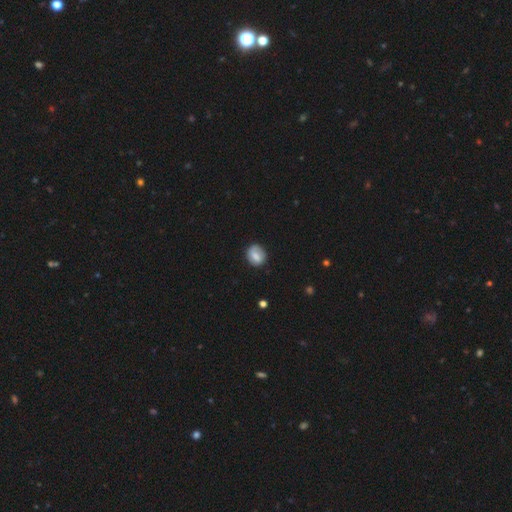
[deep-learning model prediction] Morphology: type=smooth (70%); roundness=round (65%); merging=none (75%).